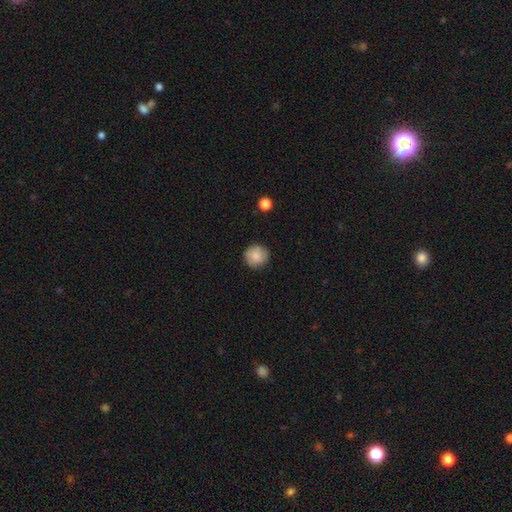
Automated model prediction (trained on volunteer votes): smooth 80%, featured or disk 13%, star or artifact 8%. Down the decision tree: how rounded — round (93%); merging — none (85%).